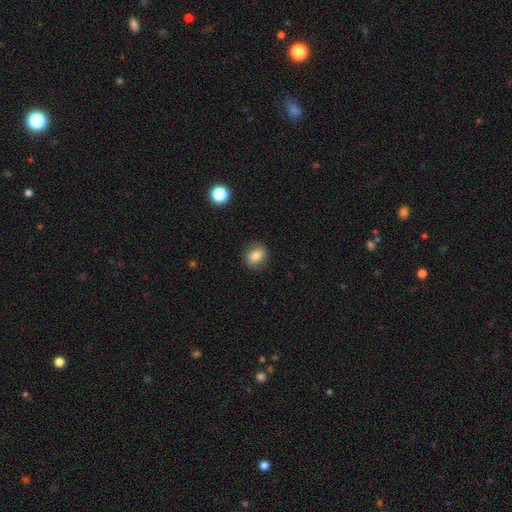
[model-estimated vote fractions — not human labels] This appears to be a smooth galaxy with no disk features (79%) that is in between round and cigar-shaped (50%). Merging: none (84%).